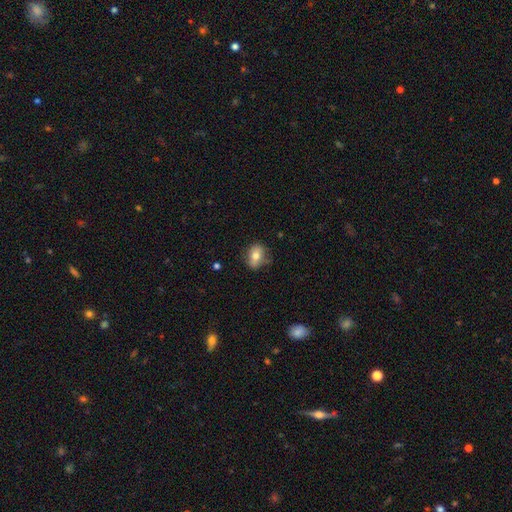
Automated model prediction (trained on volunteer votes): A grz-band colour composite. It shows a smooth galaxy with no disk features (70%) that is in between round and cigar-shaped (72%). Merging: none (71%).